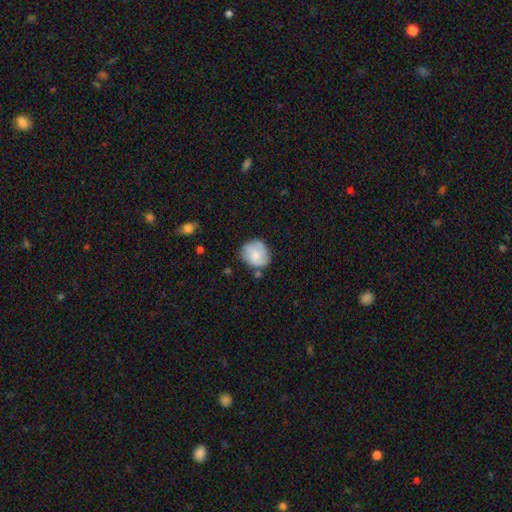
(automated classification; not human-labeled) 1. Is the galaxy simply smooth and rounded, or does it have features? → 67% smooth, 26% featured or disk, 7% star or artifact.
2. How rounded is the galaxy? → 71% round, 28% in between, 1% cigar-shaped.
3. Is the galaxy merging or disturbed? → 62% none, 26% minor disturbance, 7% major disturbance, 6% merger.